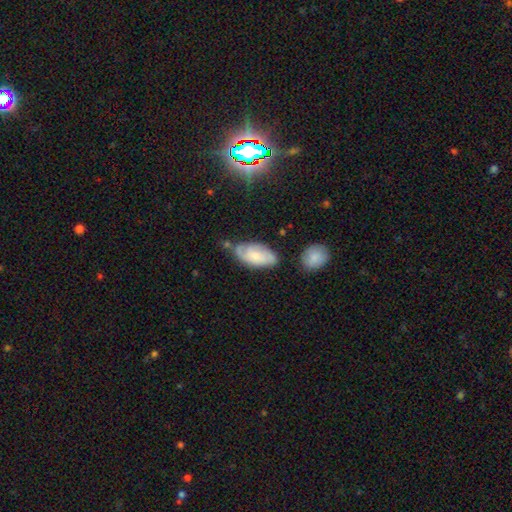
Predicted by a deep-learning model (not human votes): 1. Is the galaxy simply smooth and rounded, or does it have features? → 54% smooth, 39% featured or disk, 7% star or artifact.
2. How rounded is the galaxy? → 90% in between, 7% cigar-shaped, 3% round.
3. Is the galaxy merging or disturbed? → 55% none, 28% minor disturbance, 10% merger, 8% major disturbance.